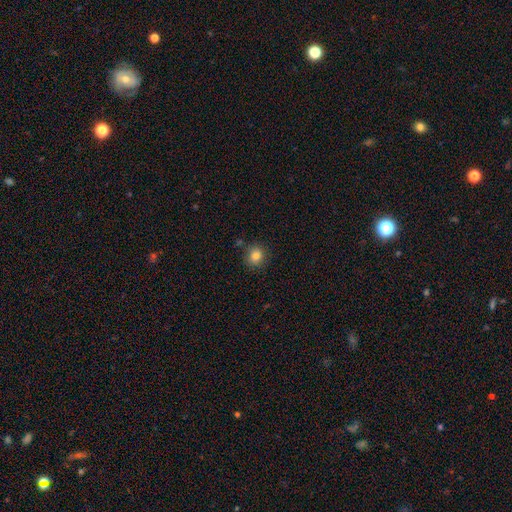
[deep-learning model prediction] smooth 83%, star or artifact 11%, featured or disk 6%. Down the decision tree: how rounded — round (80%); merging — none (83%).